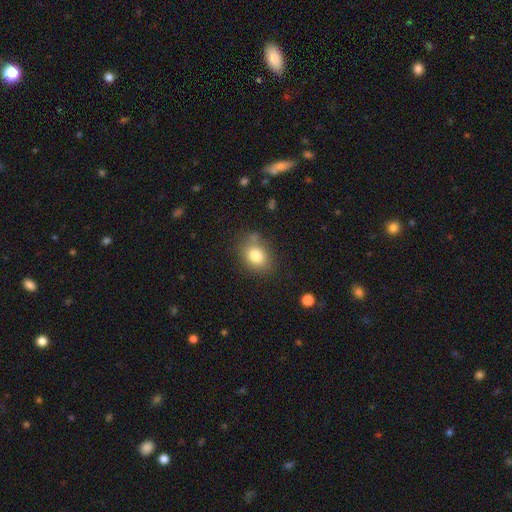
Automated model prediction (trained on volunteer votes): Smooth or featured?
  - smooth: 81% *
  - star or artifact: 10%
  - featured or disk: 9%
How rounded?
  - in between: 61% *
  - round: 38%
  - cigar-shaped: 1%
Merging?
  - none: 72% *
  - minor disturbance: 18%
  - merger: 5%
  - major disturbance: 5%